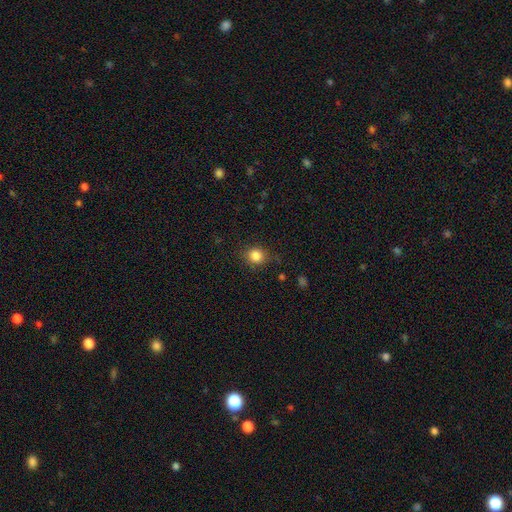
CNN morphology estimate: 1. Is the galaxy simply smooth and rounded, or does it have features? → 84% smooth, 11% star or artifact, 5% featured or disk.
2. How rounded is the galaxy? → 79% round, 20% in between, 1% cigar-shaped.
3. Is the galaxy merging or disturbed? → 81% none, 14% minor disturbance, 4% major disturbance, 1% merger.